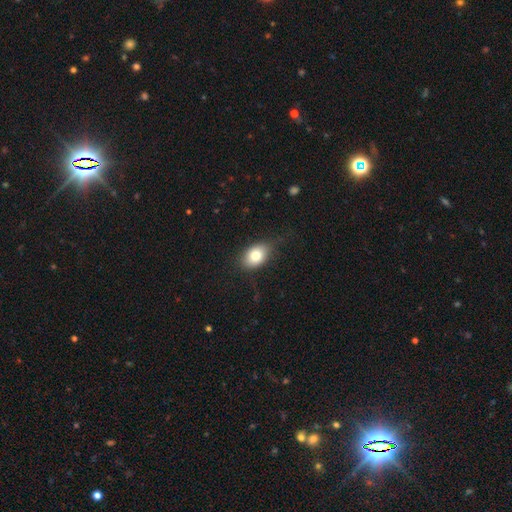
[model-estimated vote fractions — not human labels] This appears to be a smooth galaxy with no disk features (79%) that is in between round and cigar-shaped (78%). Merging: none (73%).